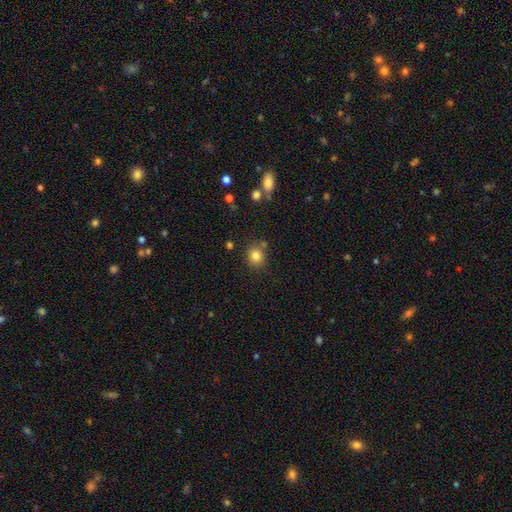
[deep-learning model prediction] A smooth galaxy with no disk features (82%) that is round (80%). Merging: none (77%).